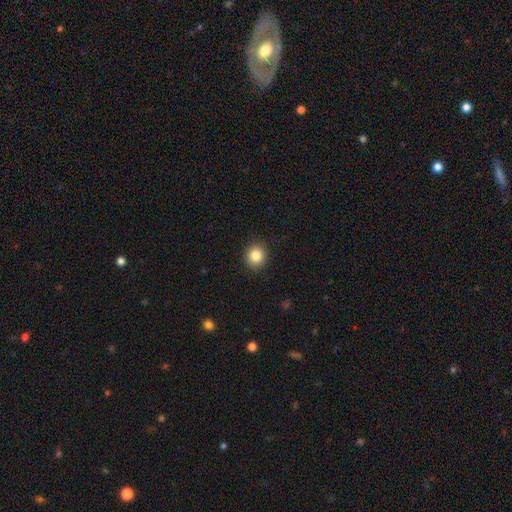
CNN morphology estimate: This is clearly a smooth galaxy (85%). How rounded: clearly round (82%). Merging: clearly none (91%).